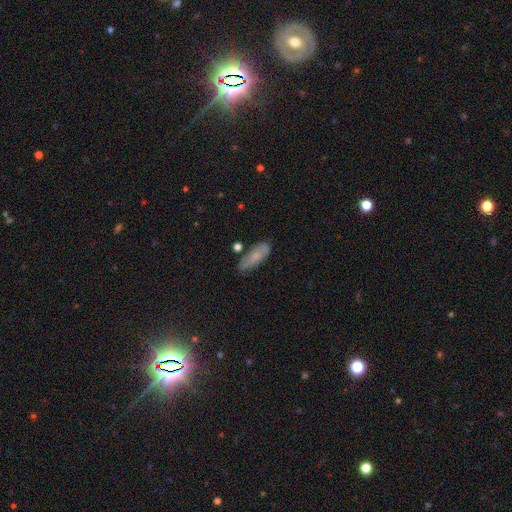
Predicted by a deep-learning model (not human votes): smooth 70%, featured or disk 21%, star or artifact 8%. Down the decision tree: how rounded — in between (66%); merging — none (74%).